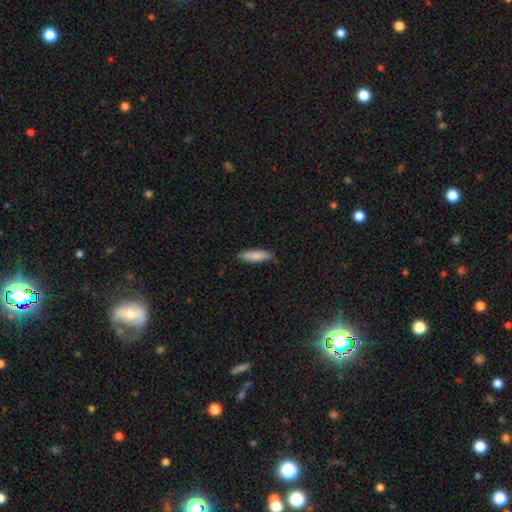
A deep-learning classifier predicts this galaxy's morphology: This appears to be a smooth galaxy with no disk features (85%) that is cigar-shaped (56%). Merging: none (83%).